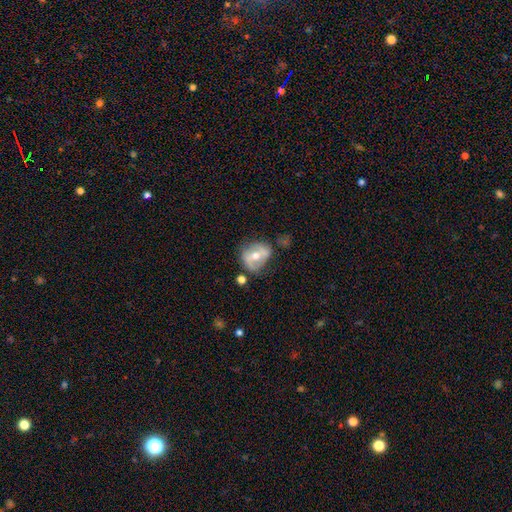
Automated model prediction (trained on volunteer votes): smooth-or-featured: featured or disk: 57% | smooth: 36% | star or artifact: 7%
  disk-edge-on: no: 94% | yes: 6%
    bar: strong: 40% | weak: 35% | no: 26%
    has-spiral-arms: no: 52% | yes: 48%
    bulge-size: moderate: 71% | small: 22% | large: 4% | none: 1% | dominant: 1%
  merging: none: 57% | minor disturbance: 25% | major disturbance: 12% | merger: 6%